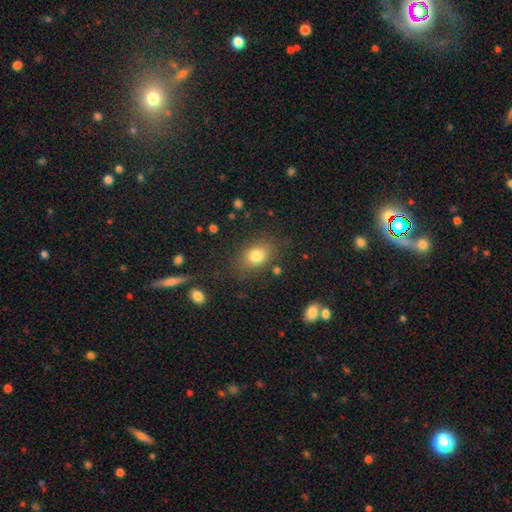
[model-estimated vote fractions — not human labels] The model was most divided on "how rounded": in between: 66%, round: 32%, cigar-shaped: 2%. More confident: smooth or featured — smooth (78%); merging — none (76%).